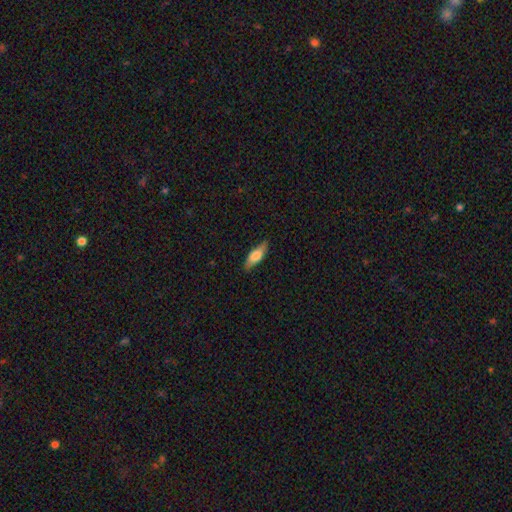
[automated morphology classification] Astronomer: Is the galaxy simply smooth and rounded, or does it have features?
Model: smooth — 72%.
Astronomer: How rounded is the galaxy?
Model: in between — 59% (runner-up: cigar-shaped, 39%).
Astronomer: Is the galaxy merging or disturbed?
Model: none — 82%.